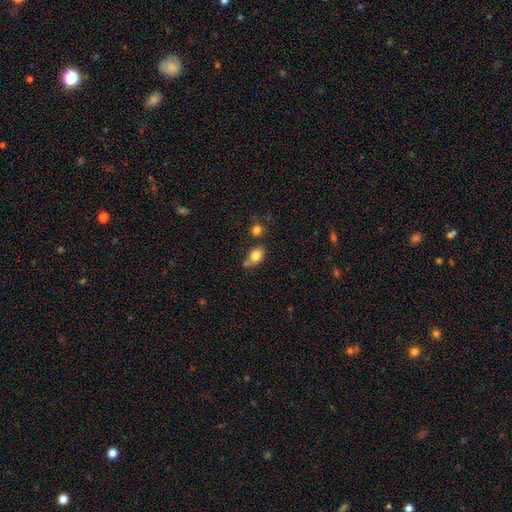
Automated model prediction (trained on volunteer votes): Q: Smooth or featured?
A: smooth (81%); runner-up: featured or disk (10%)
Q: How rounded?
A: in between (71%); runner-up: round (27%)
Q: Merging?
A: none (58%); runner-up: minor disturbance (19%)